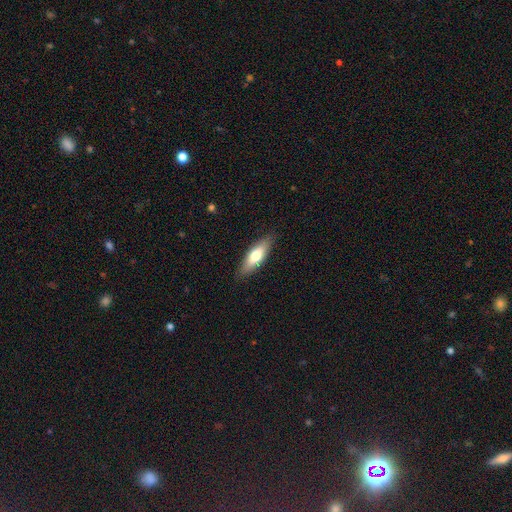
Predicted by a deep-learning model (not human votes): The model was most divided on "how rounded": in between: 52%, cigar-shaped: 45%, round: 2%. More confident: merging — none (86%); smooth or featured — smooth (64%).